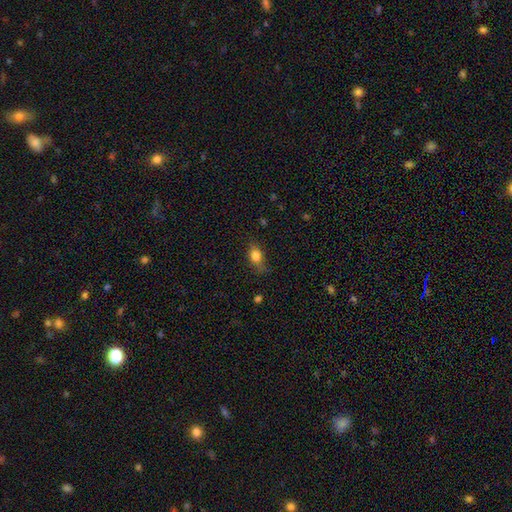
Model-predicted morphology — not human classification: Smooth or featured? Predicted: smooth (p=0.80). How rounded? Predicted: in between (p=0.73). Merging? Predicted: none (p=0.66).